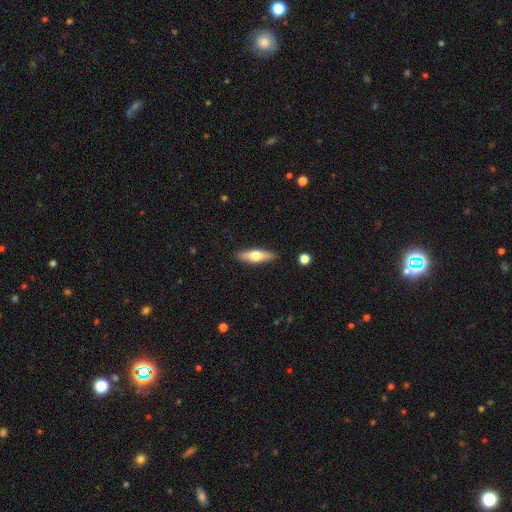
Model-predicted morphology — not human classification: Smooth or featured? smooth (49%)
Merging? none (89%)